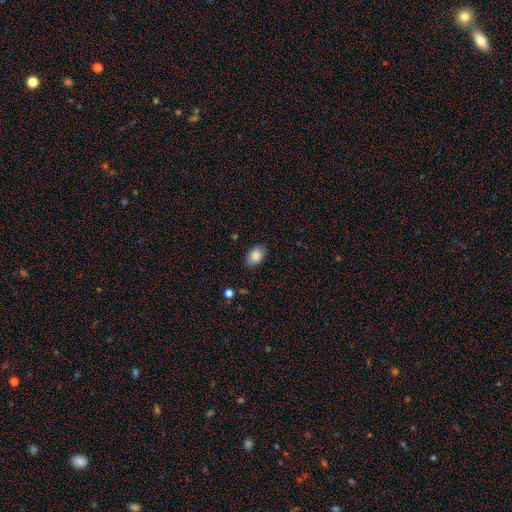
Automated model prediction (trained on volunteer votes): Smooth or featured: smooth — 86% (star or artifact — 8%)
How rounded: in between — 83% (round — 16%)
Merging: none — 84% (minor disturbance — 12%)